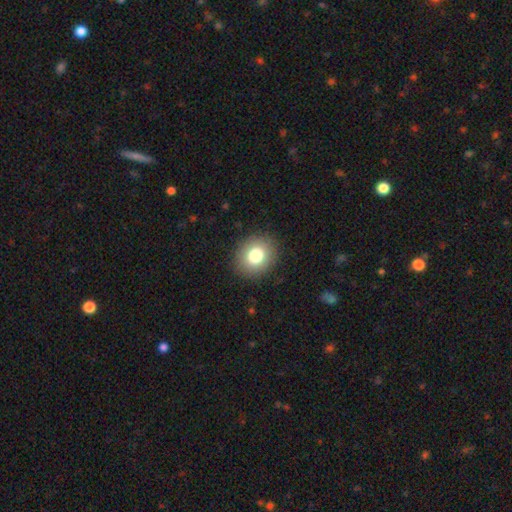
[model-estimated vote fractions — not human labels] Q: Smooth or featured?
A: smooth (80%); runner-up: star or artifact (11%)
Q: How rounded?
A: round (72%); runner-up: in between (27%)
Q: Merging?
A: none (90%); runner-up: minor disturbance (7%)